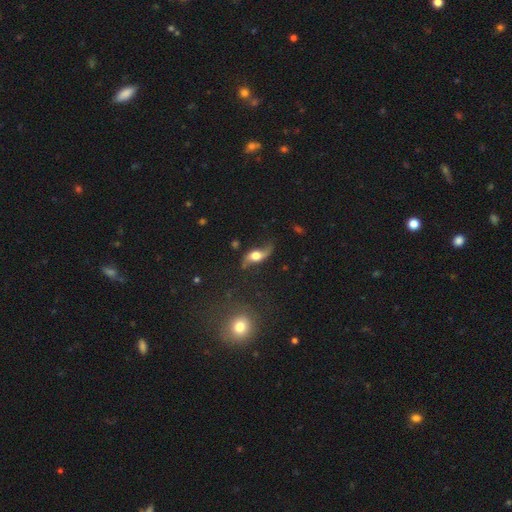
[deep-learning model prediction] Overall: featured or disk (69%). Edge-on disk: no (83%). Bar: no (66%). Spiral arms: yes (90%). Spiral arm count: 2 (90%). Spiral winding: loose (90%). Bulge size: large (47%; moderate 35%). Merging: none (61%; minor disturbance 21%).